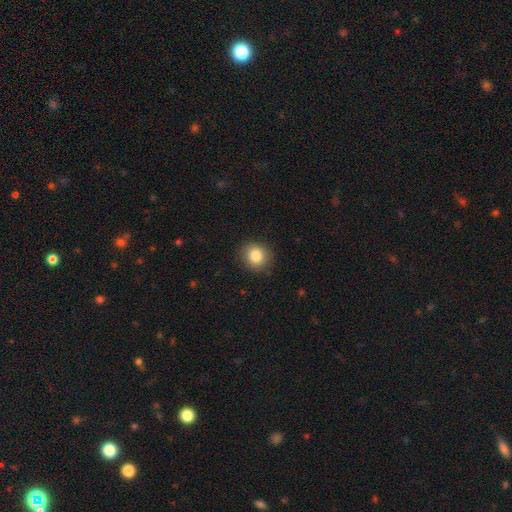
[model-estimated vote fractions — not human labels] Morphology: type=smooth (84%); roundness=round (82%); merging=none (89%).